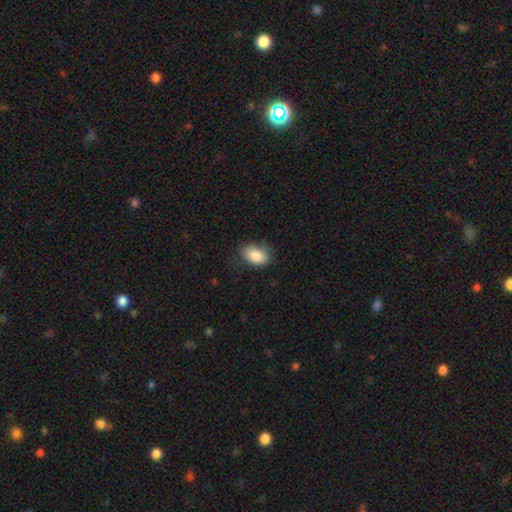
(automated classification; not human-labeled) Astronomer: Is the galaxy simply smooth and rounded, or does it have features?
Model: smooth — 87%.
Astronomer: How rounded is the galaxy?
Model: in between — 89%.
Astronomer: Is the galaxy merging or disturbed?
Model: none — 75%.